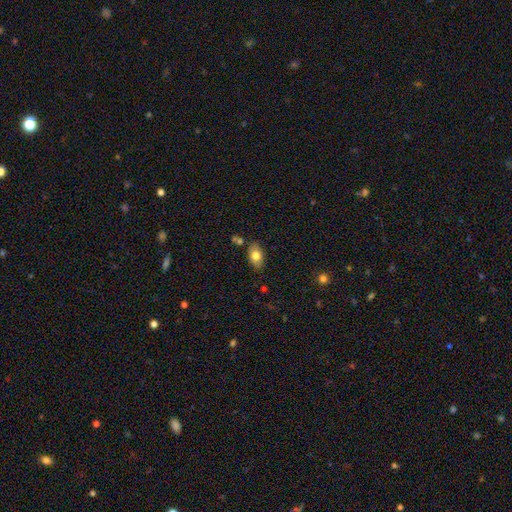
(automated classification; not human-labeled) Smooth or featured: smooth — 77% (featured or disk — 15%)
How rounded: in between — 87% (round — 10%)
Merging: none — 78% (minor disturbance — 14%)